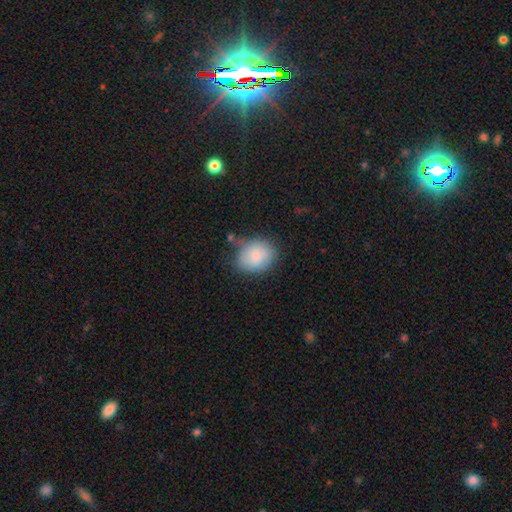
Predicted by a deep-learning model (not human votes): A smooth galaxy with no disk features (85%) that is round (57%).

Vote fractions:
- Smooth or featured? smooth: 85% / featured or disk: 8% / star or artifact: 7%
- How rounded? round: 57% / in between: 42% / cigar-shaped: 1%
- Merging? none: 60% / minor disturbance: 27% / major disturbance: 7% / merger: 6%